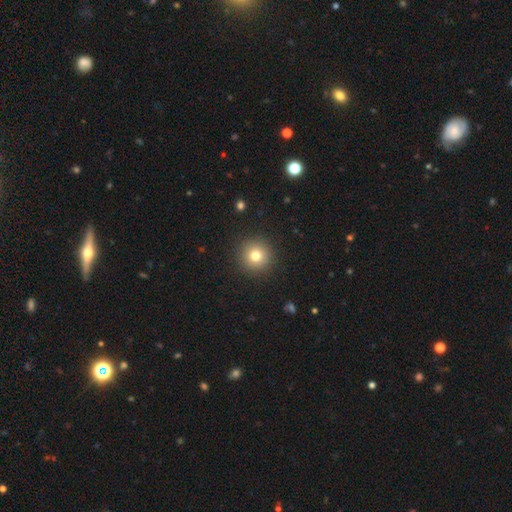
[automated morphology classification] This is likely a smooth galaxy (78%). How rounded: clearly round (95%). Merging: clearly none (92%).